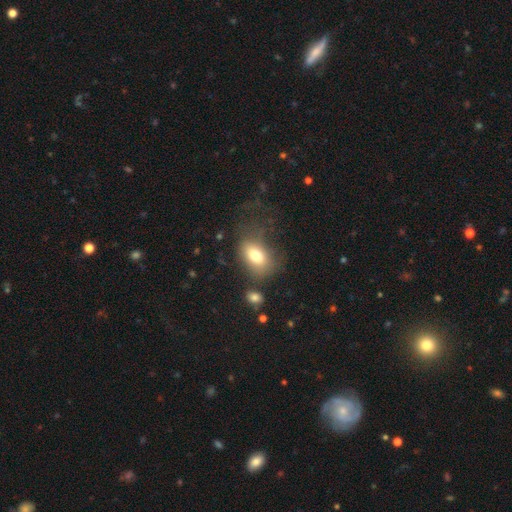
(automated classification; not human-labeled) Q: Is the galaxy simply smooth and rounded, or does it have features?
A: smooth — 76%.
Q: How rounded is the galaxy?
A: in between — 81%.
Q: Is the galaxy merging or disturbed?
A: none — 53%.